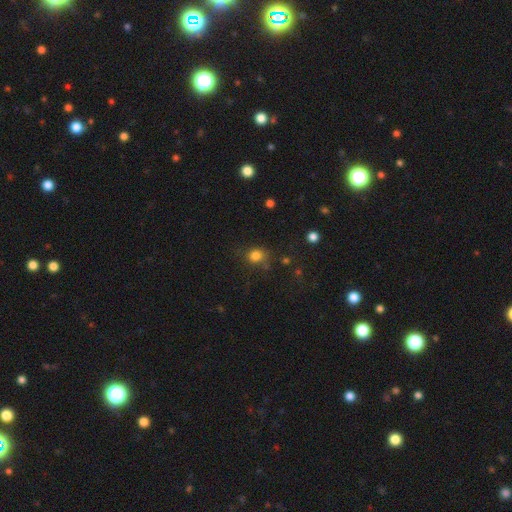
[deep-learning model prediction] Overall: smooth (81%). How rounded: round (76%). Merging: none (75%).